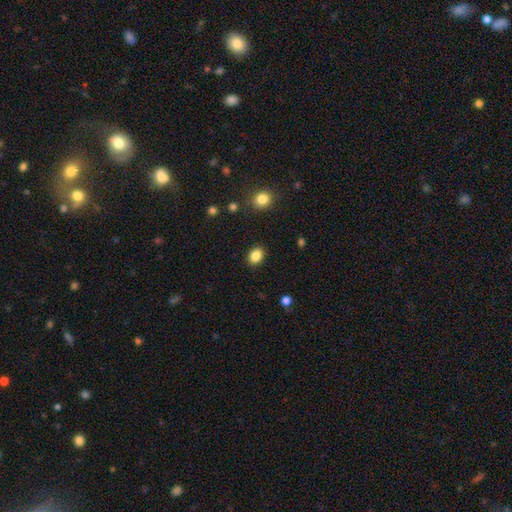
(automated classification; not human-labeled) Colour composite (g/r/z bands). It shows a smooth galaxy with no disk features (86%) that is in between round and cigar-shaped (64%). Merging: none (89%).